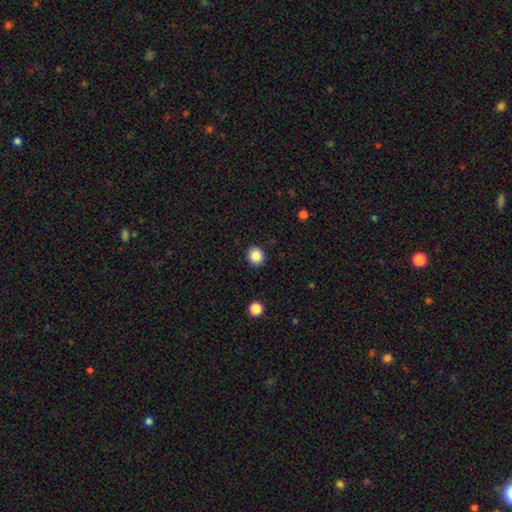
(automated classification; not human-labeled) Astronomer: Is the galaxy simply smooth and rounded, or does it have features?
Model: smooth — 86%.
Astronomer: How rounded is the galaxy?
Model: round — 86%.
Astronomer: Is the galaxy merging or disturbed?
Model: none — 92%.